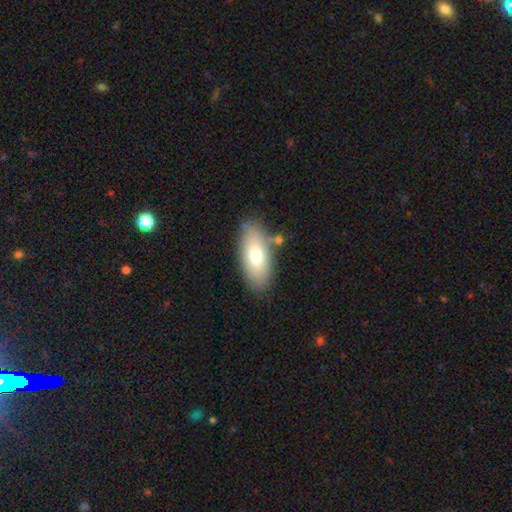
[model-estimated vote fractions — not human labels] smooth_or_featured: smooth (p=0.71) [alt: featured or disk p=0.22]
how_rounded: in between (p=0.86) [alt: cigar-shaped p=0.10]
merging: none (p=0.79) [alt: minor disturbance p=0.12]